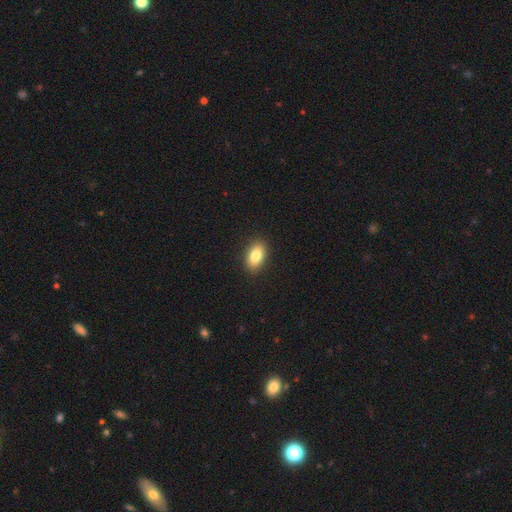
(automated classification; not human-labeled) Q: Smooth or featured?
A: smooth (83%); runner-up: featured or disk (9%)
Q: How rounded?
A: in between (90%); runner-up: round (7%)
Q: Merging?
A: none (90%); runner-up: minor disturbance (7%)